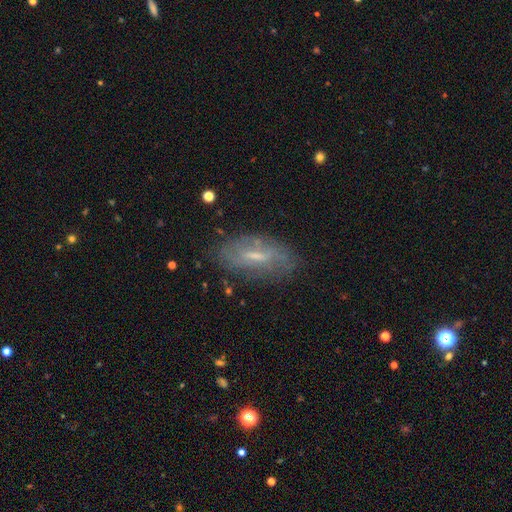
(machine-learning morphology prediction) Smooth or featured? Predicted: featured or disk (p=0.54). Edge-on disk? Predicted: no (p=0.78). Merging? Predicted: none (p=0.70).